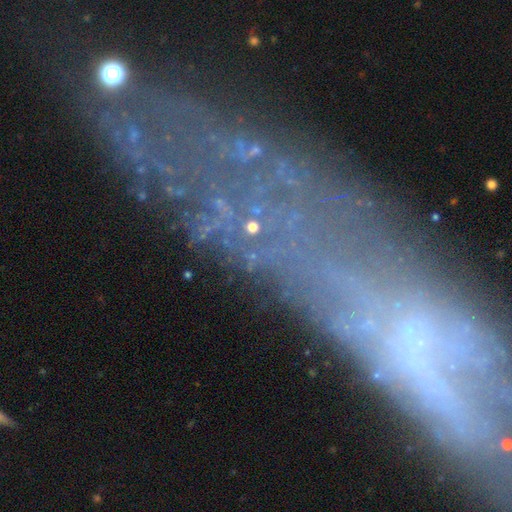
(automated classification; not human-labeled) Smooth or featured? star or artifact (50%)